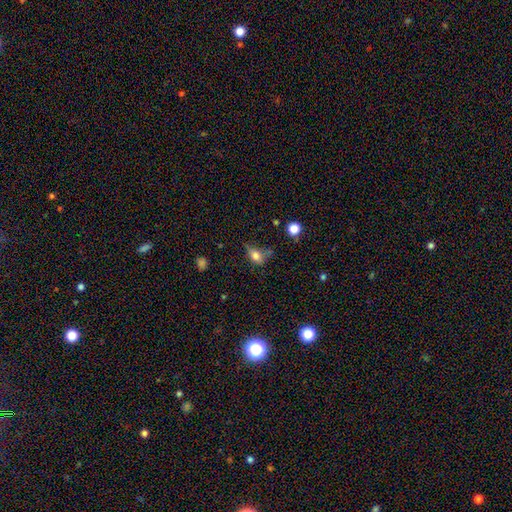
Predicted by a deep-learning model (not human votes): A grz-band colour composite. It shows a smooth galaxy with no disk features (72%) that is in between round and cigar-shaped (70%). Merging: none (37%).